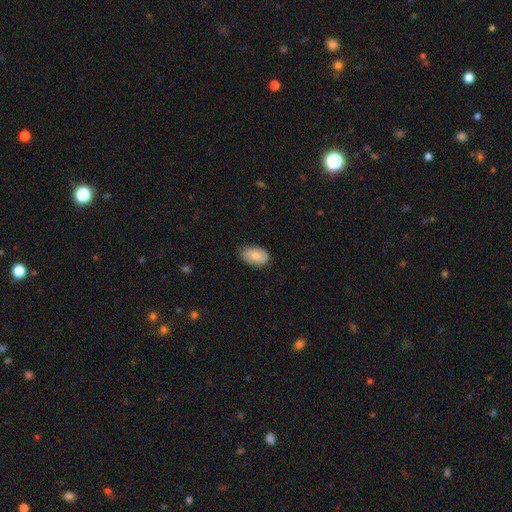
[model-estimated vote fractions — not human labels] smooth_or_featured: smooth (p=0.73) [alt: featured or disk p=0.20]
how_rounded: in between (p=0.91) [alt: round p=0.07]
merging: none (p=0.76) [alt: minor disturbance p=0.19]